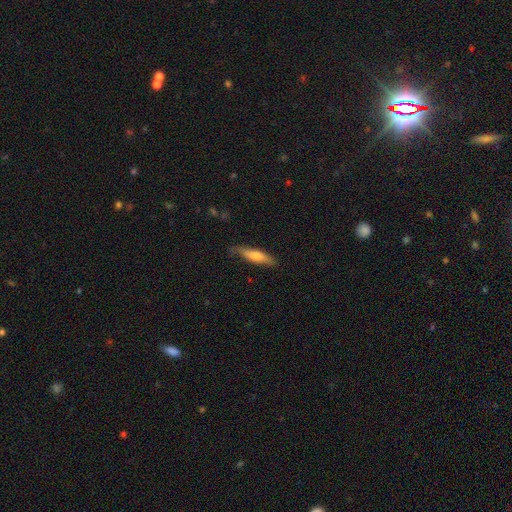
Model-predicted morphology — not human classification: smooth-or-featured: smooth: 67% | featured or disk: 27% | star or artifact: 6%
  how-rounded: cigar-shaped: 72% | in between: 26% | round: 2%
  merging: none: 74% | minor disturbance: 21% | major disturbance: 4% | merger: 1%